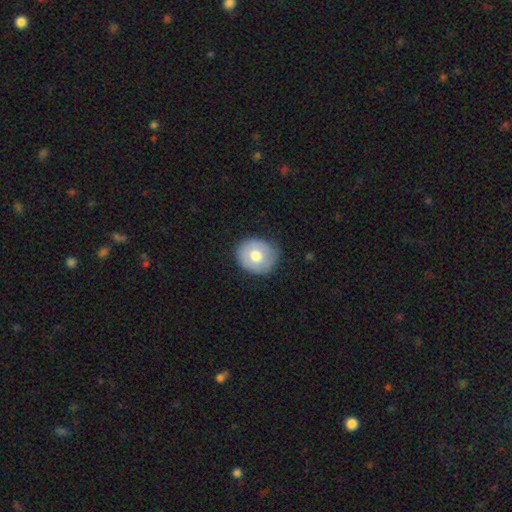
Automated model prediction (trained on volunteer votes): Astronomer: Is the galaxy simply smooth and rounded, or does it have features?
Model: smooth — 68%.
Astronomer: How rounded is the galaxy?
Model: round — 80%.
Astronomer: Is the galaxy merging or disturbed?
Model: none — 79%.